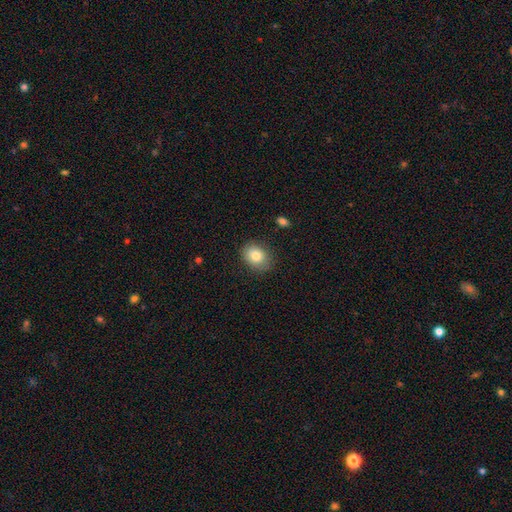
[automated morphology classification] This appears to be a smooth galaxy with no disk features (82%) that is in between round and cigar-shaped (57%). Merging: none (83%).